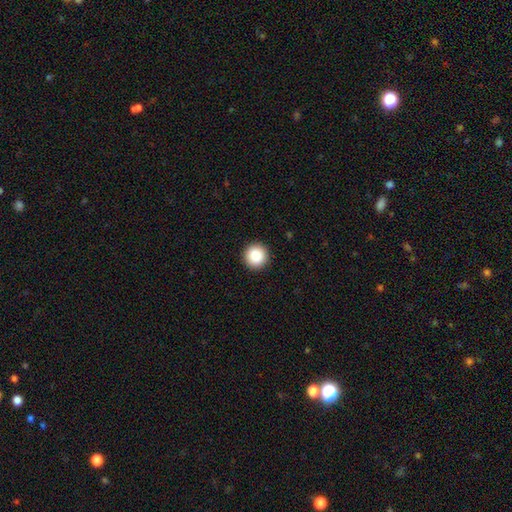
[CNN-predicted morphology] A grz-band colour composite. It shows a smooth galaxy with no disk features (88%) that is round (96%). Merging: none (93%).